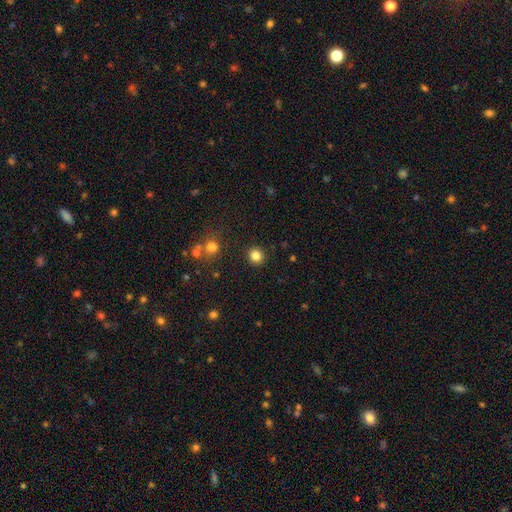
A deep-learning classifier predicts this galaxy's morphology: Q: Smooth or featured?
A: smooth (83%); runner-up: star or artifact (12%)
Q: How rounded?
A: round (89%); runner-up: in between (10%)
Q: Merging?
A: none (90%); runner-up: minor disturbance (5%)